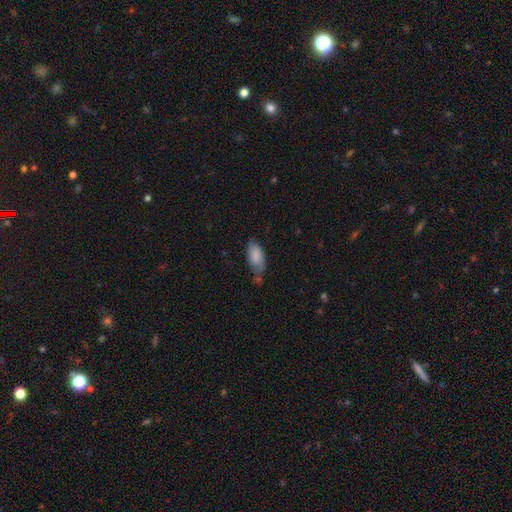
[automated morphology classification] Smooth or featured?
  - smooth: 78% *
  - featured or disk: 15%
  - star or artifact: 7%
How rounded?
  - in between: 91% *
  - cigar-shaped: 7%
  - round: 2%
Merging?
  - none: 51% *
  - minor disturbance: 32%
  - major disturbance: 9%
  - merger: 8%